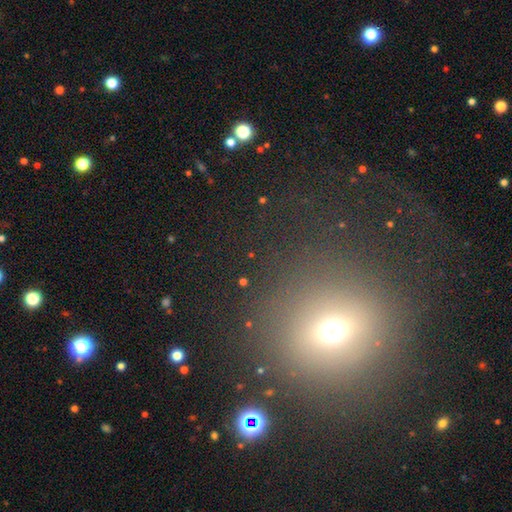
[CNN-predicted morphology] The model was most divided on "smooth or featured": smooth: 49%, star or artifact: 38%, featured or disk: 13%. More confident: merging — none (73%).